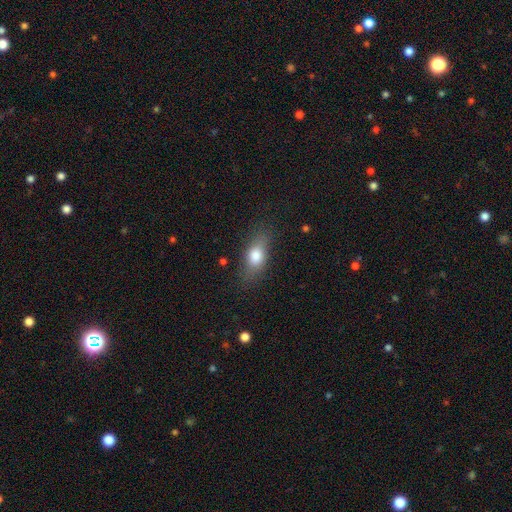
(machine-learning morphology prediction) Smooth or featured? Predicted: smooth (p=0.76). How rounded? Predicted: in between (p=0.77). Merging? Predicted: none (p=0.74).